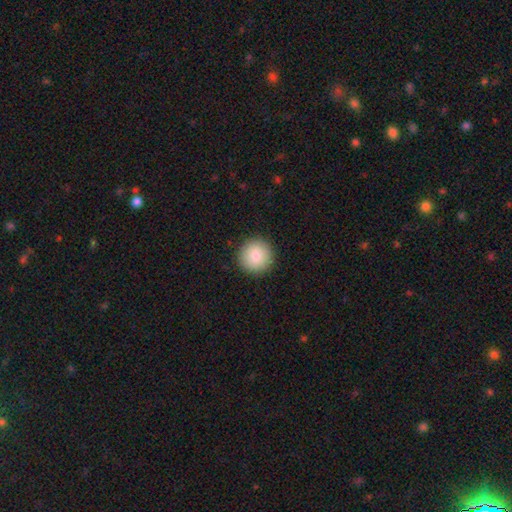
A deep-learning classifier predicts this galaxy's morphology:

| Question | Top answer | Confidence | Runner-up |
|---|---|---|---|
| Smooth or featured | smooth | 85% | star or artifact (8%) |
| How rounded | round | 96% | in between (4%) |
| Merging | none | 92% | minor disturbance (5%) |